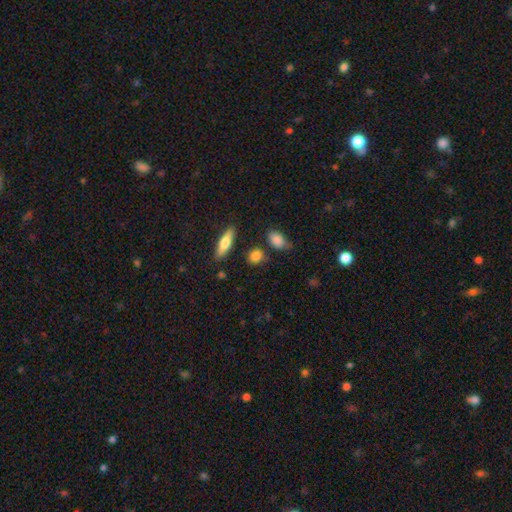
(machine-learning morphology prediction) Overall: smooth (83%). How rounded: in between (47%; round 46%). Merging: none (73%).